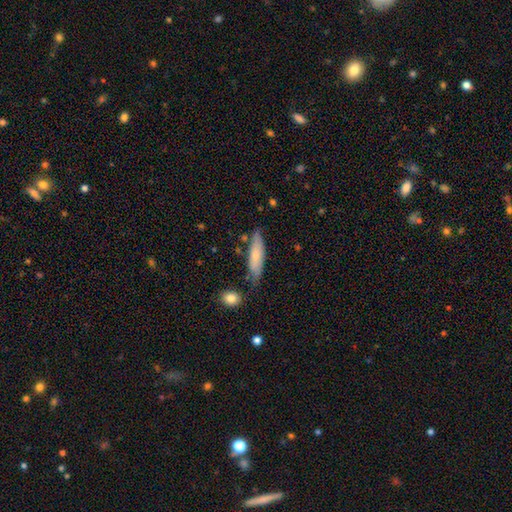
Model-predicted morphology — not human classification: type=smooth (67%); roundness=cigar-shaped (68%); merging=none (72%).